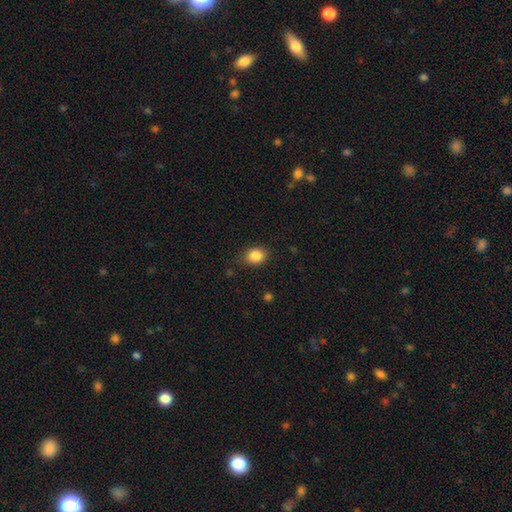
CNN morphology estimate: Smooth or featured: smooth — 86% (star or artifact — 9%)
How rounded: round — 50% (in between — 49%)
Merging: none — 79% (minor disturbance — 16%)